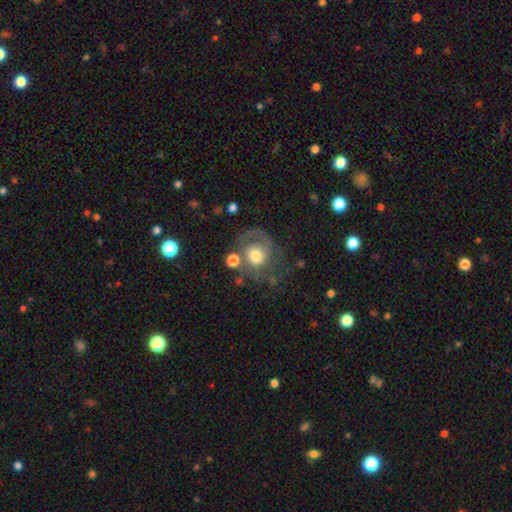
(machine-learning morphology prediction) Overall: featured or disk (53%; smooth 38%). Edge-on disk: no (97%). Bar: no (80%). Spiral arms: yes (68%; no 32%). Bulge size: moderate (57%; large 28%). Merging: none (46%; major disturbance 25%).